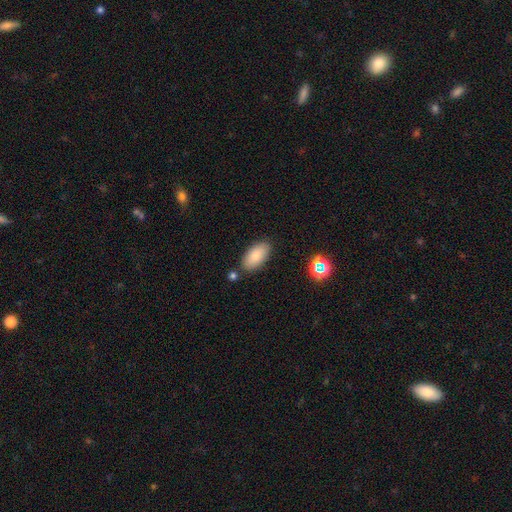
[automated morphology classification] Overall: smooth (83%). How rounded: in between (93%). Merging: none (82%).